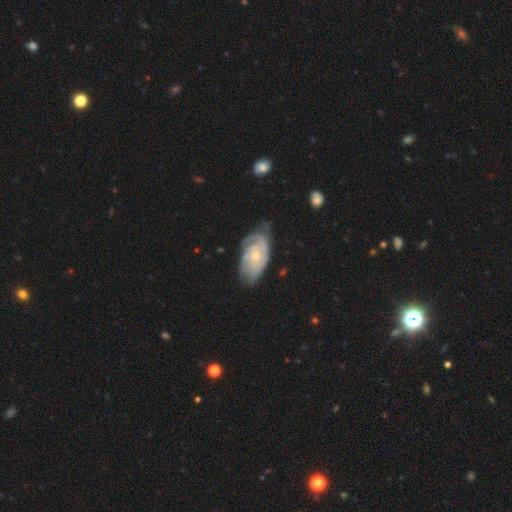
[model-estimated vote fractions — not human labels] A featured or disk galaxy (79%) with no bar (77%), tight (66%) spiral arms (91%) and a small central bulge (51%). Merging: none (56%).